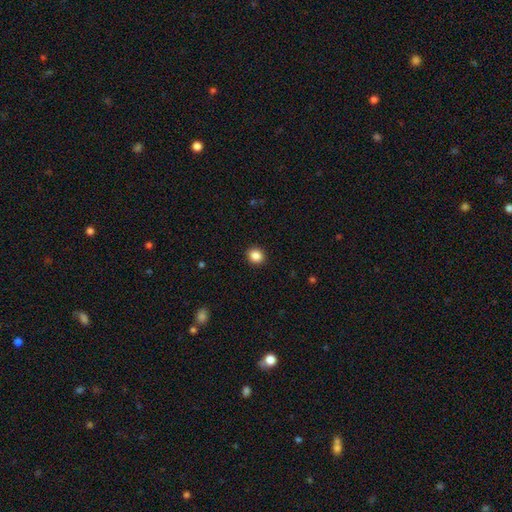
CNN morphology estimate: Smooth or featured? smooth (86%)
How rounded? round (78%)
Merging? none (92%)